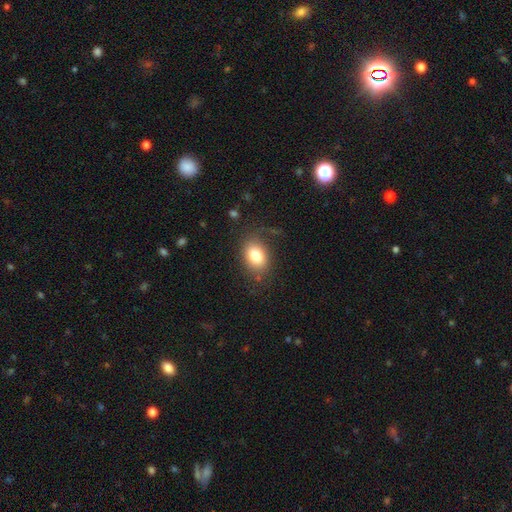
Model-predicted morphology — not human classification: This appears to be a smooth galaxy with no disk features (81%) that is in between round and cigar-shaped (74%). Merging: none (77%).